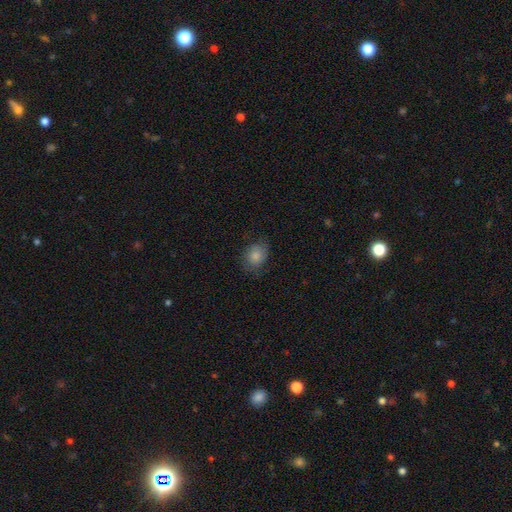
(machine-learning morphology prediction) smooth 81%, featured or disk 11%, star or artifact 8%. Down the decision tree: how rounded — in between (56%); merging — none (71%).